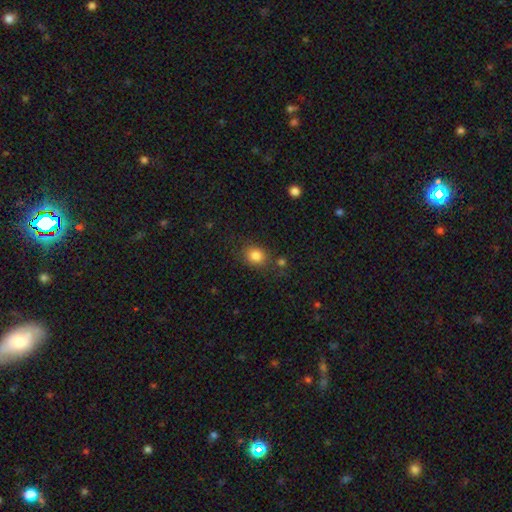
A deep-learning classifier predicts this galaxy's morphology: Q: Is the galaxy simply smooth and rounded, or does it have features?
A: smooth — 83%.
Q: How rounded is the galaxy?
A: round — 61%.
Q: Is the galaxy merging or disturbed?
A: none — 76%.